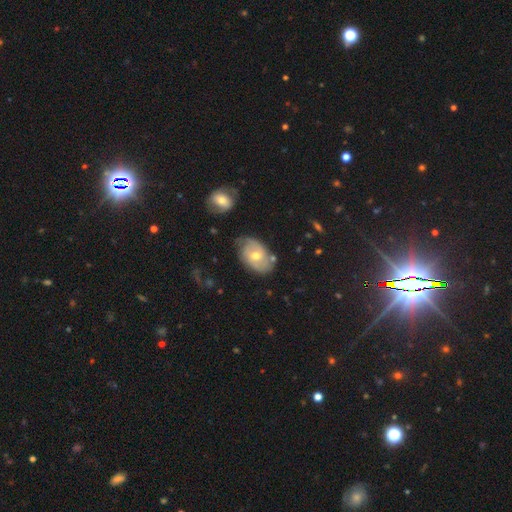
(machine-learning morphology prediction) This is possibly a featured or disk galaxy (59%). It is clearly not viewed edge-on (94%). Bar: possibly no (52%). Spiral arm pattern: likely yes (72%). Central bulge: likely moderate (68%). Merging: likely none (61%).